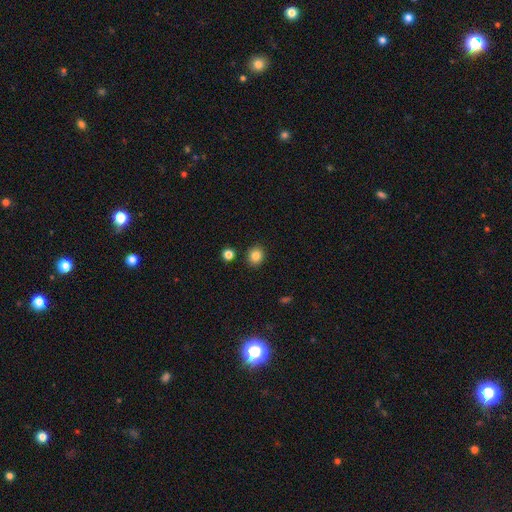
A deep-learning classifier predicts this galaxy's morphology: A smooth galaxy with no disk features (84%) that is round (78%).

Vote fractions:
- Smooth or featured? smooth: 84% / star or artifact: 11% / featured or disk: 5%
- How rounded? round: 78% / in between: 21% / cigar-shaped: 1%
- Merging? none: 88% / minor disturbance: 7% / merger: 3% / major disturbance: 2%